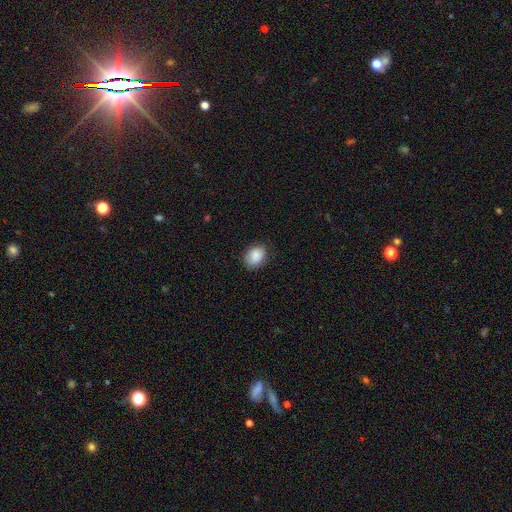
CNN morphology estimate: This is clearly a smooth galaxy (87%). How rounded: likely in between (71%). Merging: likely none (78%).